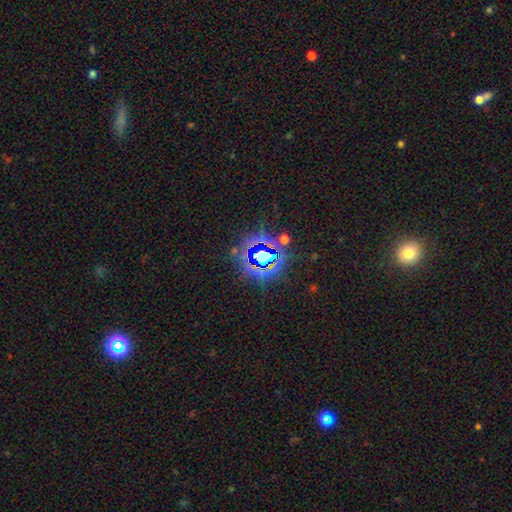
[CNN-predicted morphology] Smooth or featured? star or artifact (81%)